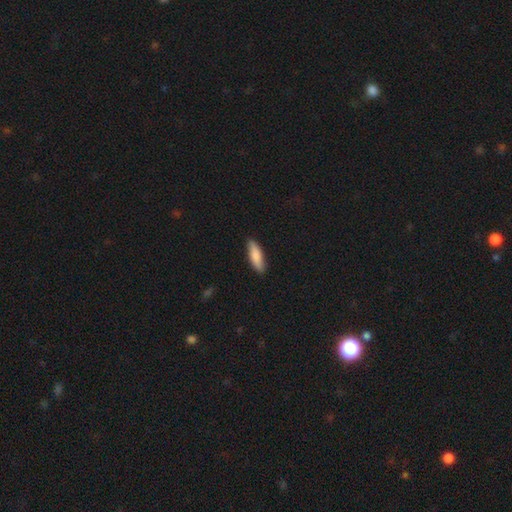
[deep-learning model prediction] smooth_or_featured: smooth (p=0.81) [alt: featured or disk p=0.14]
how_rounded: cigar-shaped (p=0.56) [alt: in between p=0.42]
merging: none (p=0.87) [alt: minor disturbance p=0.10]